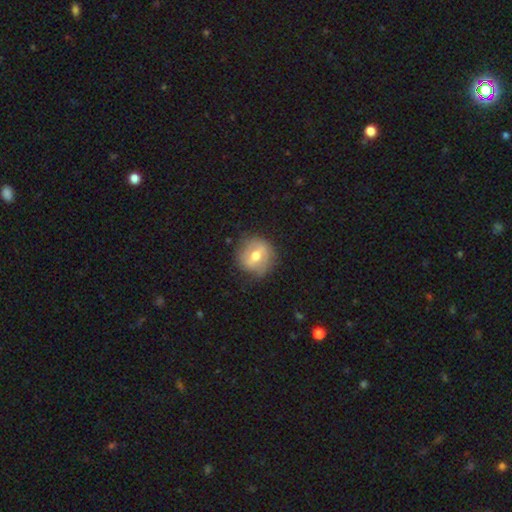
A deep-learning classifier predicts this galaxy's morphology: A smooth galaxy with no disk features (46%, tied with featured or disk). Merging: none (76%).